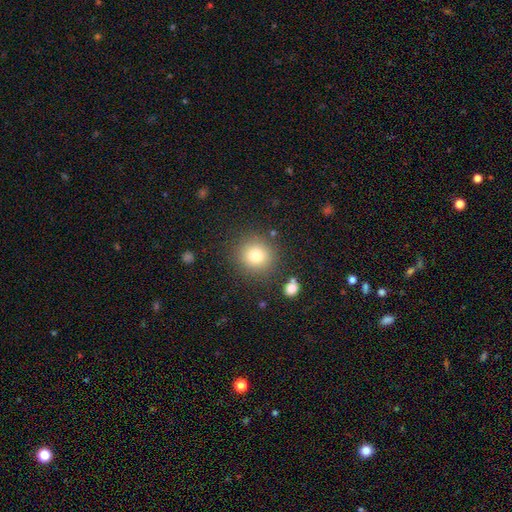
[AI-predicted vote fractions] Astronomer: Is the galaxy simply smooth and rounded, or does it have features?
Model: smooth — 77%.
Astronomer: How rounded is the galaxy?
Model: round — 92%.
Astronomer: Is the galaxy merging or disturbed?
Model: none — 85%.